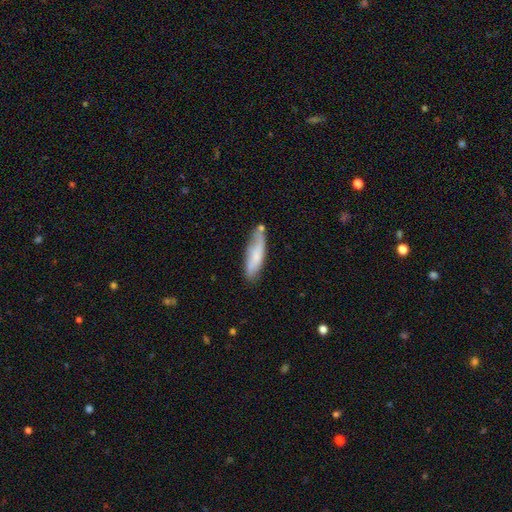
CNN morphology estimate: A smooth galaxy with no disk features (65%) that is cigar-shaped (61%). Merging: none (61%).